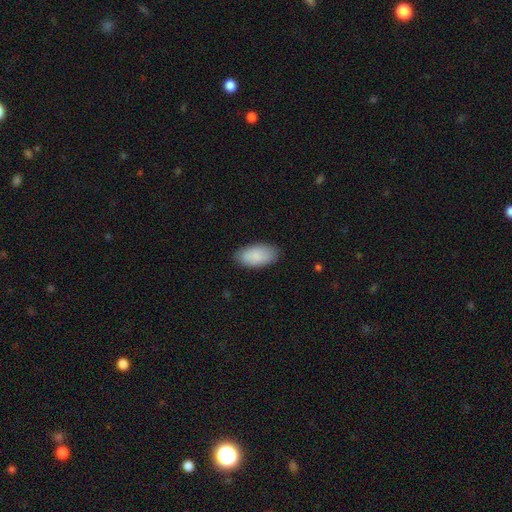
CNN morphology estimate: This appears to be a smooth galaxy with no disk features (88%) that is in between round and cigar-shaped (95%). Merging: none (85%).